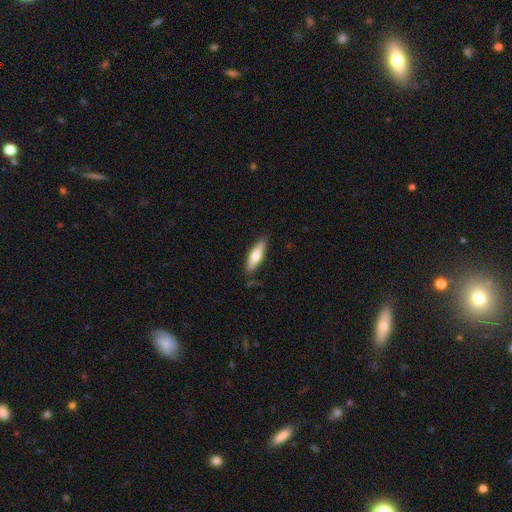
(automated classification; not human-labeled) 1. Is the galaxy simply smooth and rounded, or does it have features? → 63% smooth, 31% featured or disk, 5% star or artifact.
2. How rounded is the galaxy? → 58% cigar-shaped, 40% in between, 2% round.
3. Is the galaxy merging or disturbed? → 86% none, 10% minor disturbance, 2% major disturbance, 1% merger.